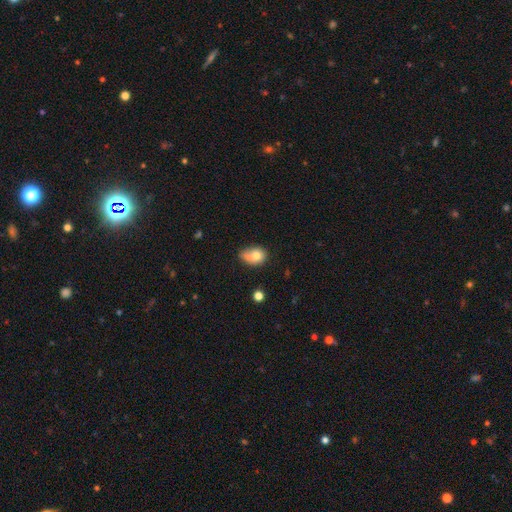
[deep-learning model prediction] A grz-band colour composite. It shows a smooth galaxy with no disk features (74%) that is in between round and cigar-shaped (65%). Merging: none (34%).